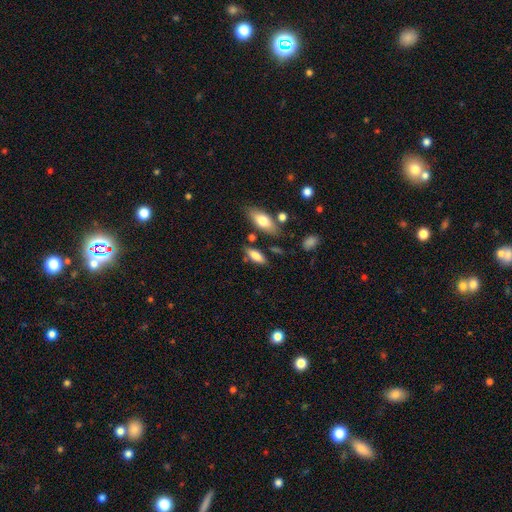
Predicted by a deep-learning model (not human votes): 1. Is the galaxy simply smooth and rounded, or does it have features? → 80% smooth, 13% featured or disk, 7% star or artifact.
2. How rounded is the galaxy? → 71% in between, 26% cigar-shaped, 3% round.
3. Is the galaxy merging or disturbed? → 71% none, 16% minor disturbance, 8% merger, 4% major disturbance.